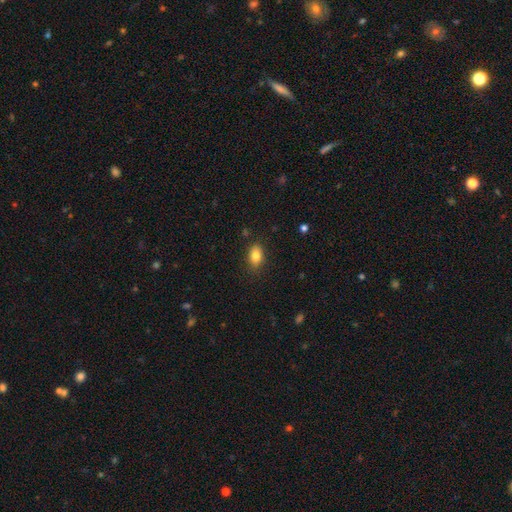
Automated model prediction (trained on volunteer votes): smooth 83%, star or artifact 9%, featured or disk 8%. Down the decision tree: how rounded — in between (84%); merging — none (85%).